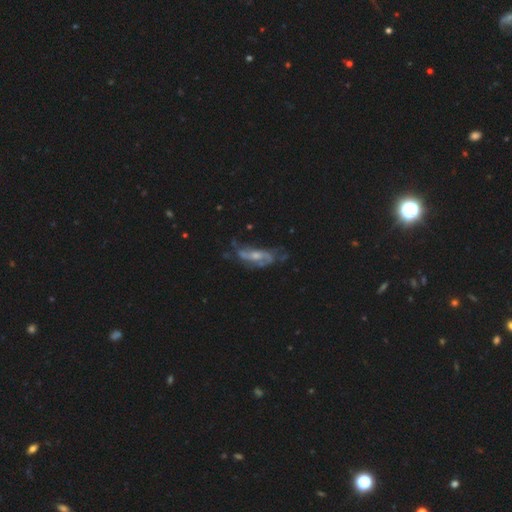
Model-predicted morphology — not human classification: Smooth or featured? Predicted: featured or disk (p=0.76). Edge-on disk? Predicted: no (p=0.85). Bar? Predicted: no (p=0.51). Spiral arms? Predicted: yes (p=0.85). Spiral winding? Predicted: medium (p=0.41). Spiral arm count? Predicted: 2 (p=0.60). Bulge size? Predicted: small (p=0.45). Merging? Predicted: none (p=0.55).